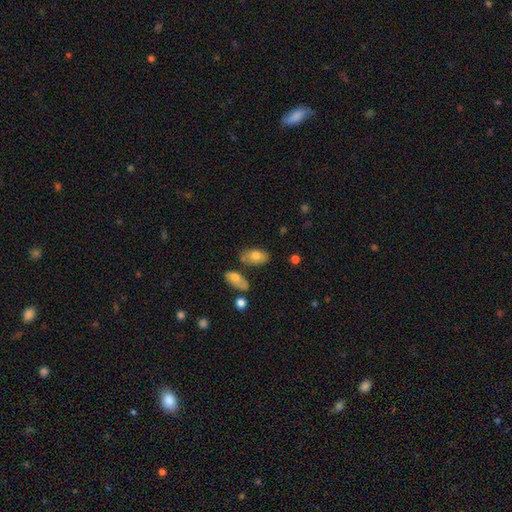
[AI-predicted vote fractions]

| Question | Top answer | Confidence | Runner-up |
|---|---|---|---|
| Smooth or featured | smooth | 74% | featured or disk (19%) |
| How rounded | in between | 92% | round (6%) |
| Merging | none | 62% | minor disturbance (18%) |